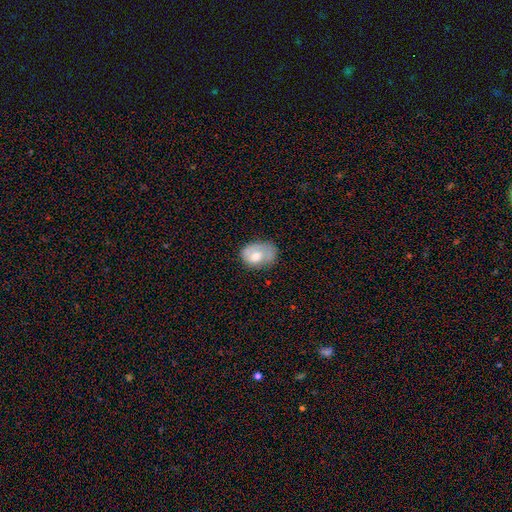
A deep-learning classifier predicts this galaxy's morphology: smooth_or_featured: smooth (p=0.60) [alt: featured or disk p=0.34]
how_rounded: in between (p=0.76) [alt: round p=0.23]
merging: none (p=0.48) [alt: minor disturbance p=0.32]